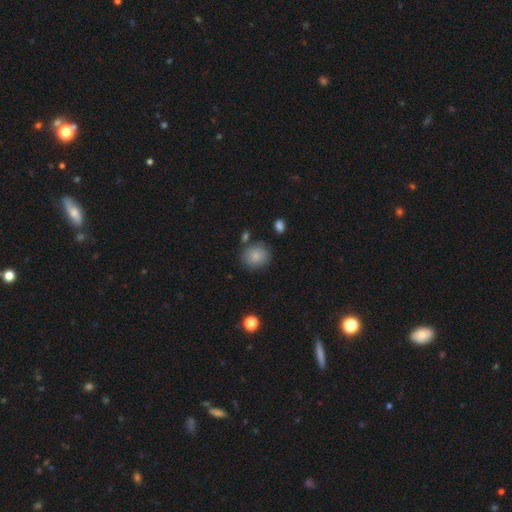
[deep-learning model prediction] smooth_or_featured: smooth (p=0.84) [alt: star or artifact p=0.08]
how_rounded: round (p=0.77) [alt: in between p=0.22]
merging: none (p=0.77) [alt: minor disturbance p=0.14]